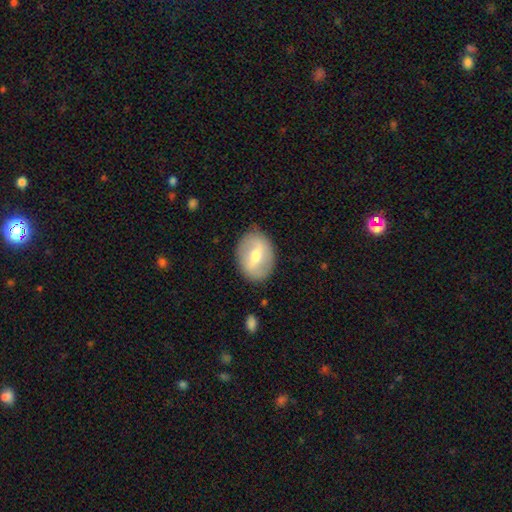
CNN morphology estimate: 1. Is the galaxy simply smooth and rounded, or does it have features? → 50% featured or disk, 43% smooth, 6% star or artifact.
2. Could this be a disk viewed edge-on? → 90% no, 10% yes.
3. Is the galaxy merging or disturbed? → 84% none, 11% minor disturbance, 4% major disturbance, 1% merger.